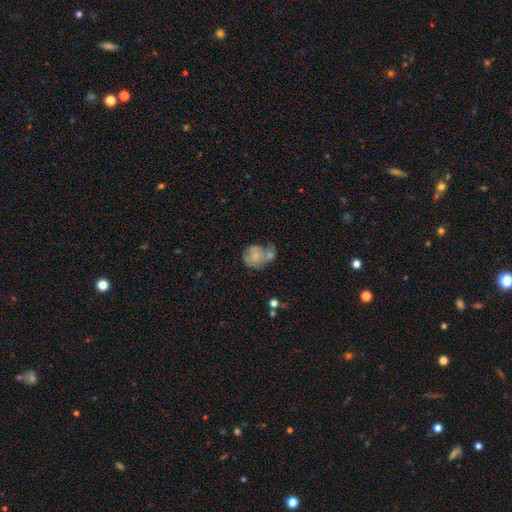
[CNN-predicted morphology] Q: Smooth or featured?
A: smooth (64%); runner-up: featured or disk (28%)
Q: How rounded?
A: round (65%); runner-up: in between (34%)
Q: Merging?
A: merger (44%); runner-up: none (25%)